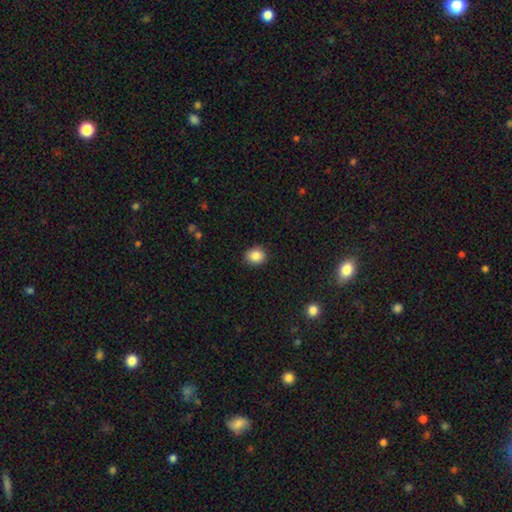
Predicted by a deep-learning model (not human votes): A smooth galaxy with no disk features (86%) that is round (74%). Merging: none (90%).